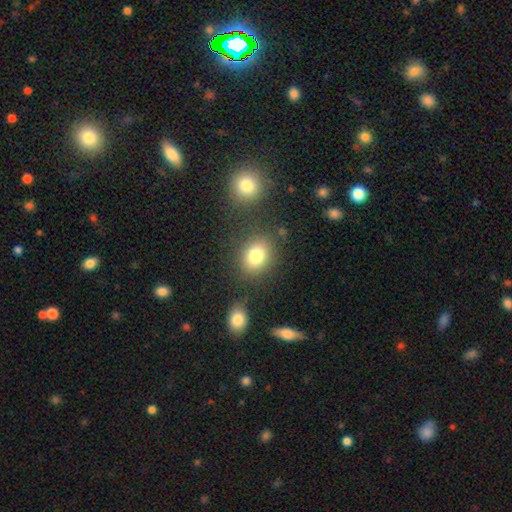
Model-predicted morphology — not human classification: A smooth galaxy with no disk features (80%) that is round (54%).

Vote fractions:
- Smooth or featured? smooth: 80% / star or artifact: 11% / featured or disk: 8%
- How rounded? round: 54% / in between: 45% / cigar-shaped: 1%
- Merging? none: 80% / minor disturbance: 10% / merger: 6% / major disturbance: 4%